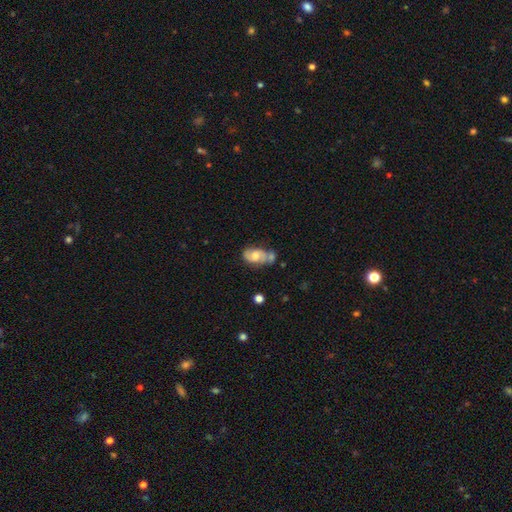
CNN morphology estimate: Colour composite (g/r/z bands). It shows a featured or disk galaxy (53%) with no bar (62%), spiral arms (78%) and a moderate central bulge (54%). Merging: none (39%).